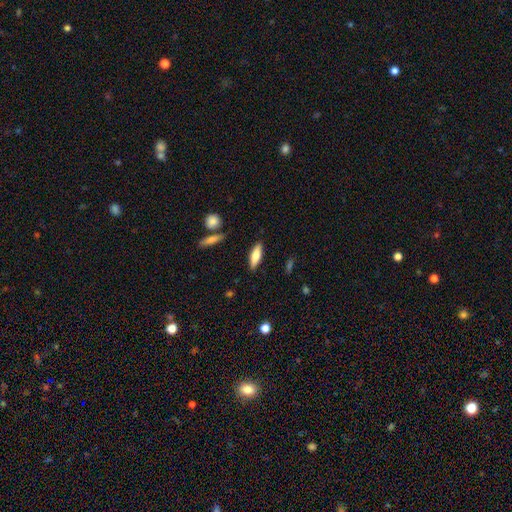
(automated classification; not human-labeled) Smooth or featured?
  - smooth: 67% *
  - featured or disk: 27%
  - star or artifact: 6%
How rounded?
  - in between: 54% *
  - cigar-shaped: 44%
  - round: 2%
Merging?
  - none: 85% *
  - minor disturbance: 10%
  - major disturbance: 2%
  - merger: 2%